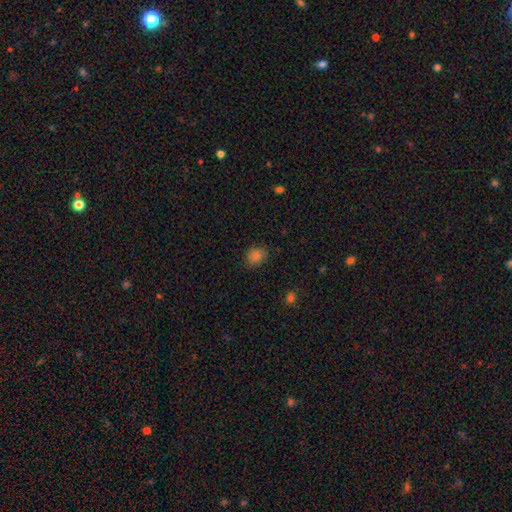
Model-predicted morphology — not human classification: This appears to be a smooth galaxy with no disk features (82%) that is round (62%). Merging: none (83%).